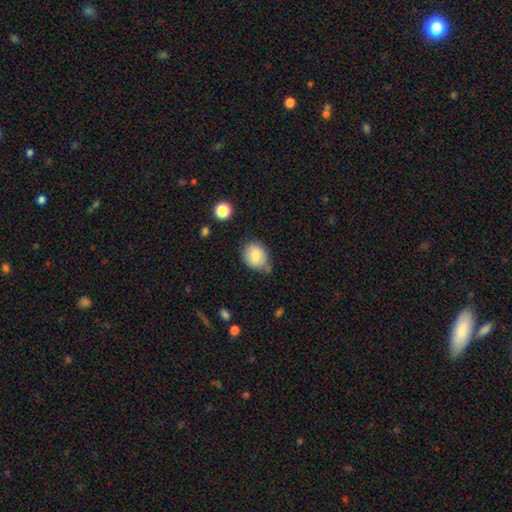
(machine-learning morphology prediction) smooth-or-featured: smooth: 80% | featured or disk: 11% | star or artifact: 9%
  how-rounded: round: 51% | in between: 48% | cigar-shaped: 1%
  merging: none: 58% | minor disturbance: 29% | merger: 7% | major disturbance: 6%